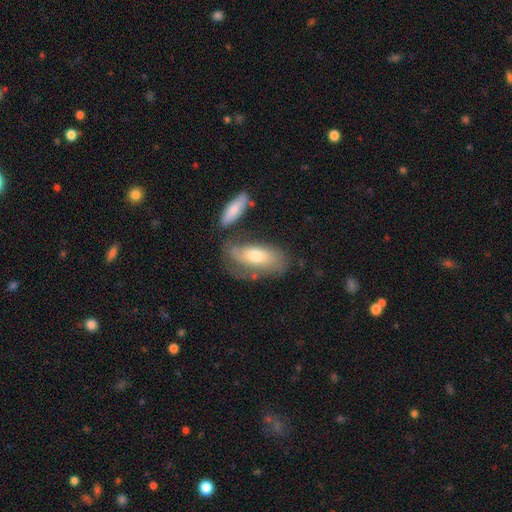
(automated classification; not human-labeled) Smooth or featured? Predicted: smooth (p=0.55). How rounded? Predicted: in between (p=0.83). Merging? Predicted: none (p=0.54).